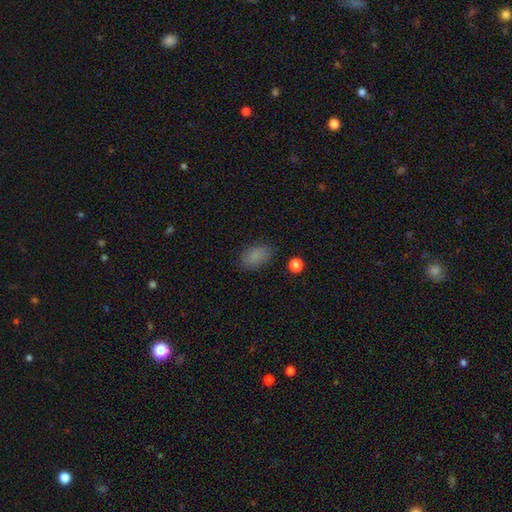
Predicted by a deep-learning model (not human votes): A smooth galaxy with no disk features (86%) that is in between round and cigar-shaped (89%).

Vote fractions:
- Smooth or featured? smooth: 86% / star or artifact: 10% / featured or disk: 5%
- How rounded? in between: 89% / round: 9% / cigar-shaped: 2%
- Merging? none: 84% / minor disturbance: 11% / major disturbance: 3% / merger: 2%